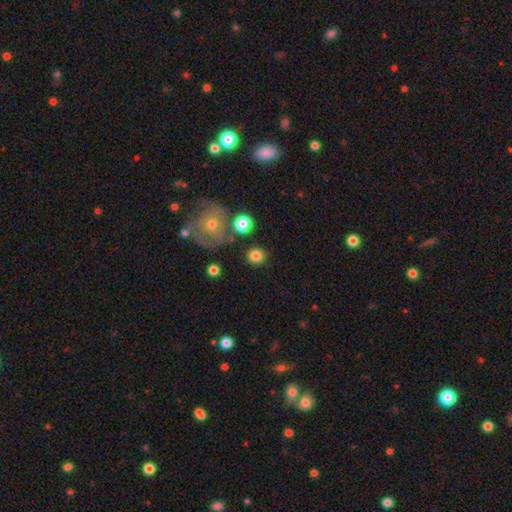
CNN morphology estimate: Smooth or featured: smooth — 82% (star or artifact — 11%)
How rounded: round — 85% (in between — 15%)
Merging: none — 82% (minor disturbance — 9%)